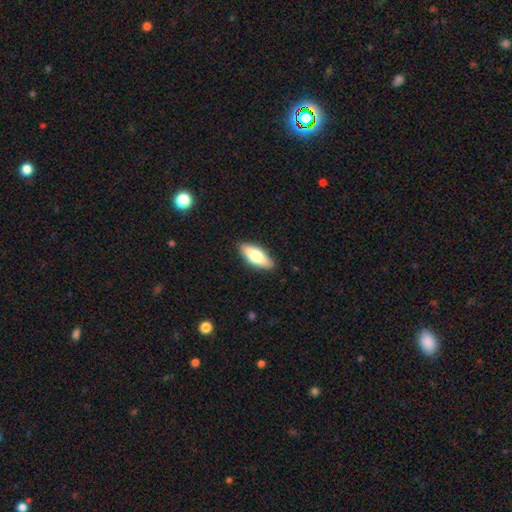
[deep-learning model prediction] A smooth galaxy with no disk features (72%) that is in between round and cigar-shaped (75%).

Vote fractions:
- Smooth or featured? smooth: 72% / featured or disk: 22% / star or artifact: 6%
- How rounded? in between: 75% / cigar-shaped: 23% / round: 2%
- Merging? none: 87% / minor disturbance: 10% / major disturbance: 2% / merger: 1%